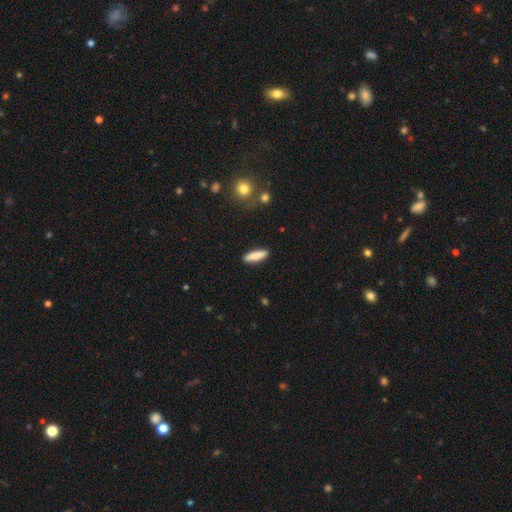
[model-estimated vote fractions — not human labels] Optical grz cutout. It shows a smooth galaxy with no disk features (84%) that is cigar-shaped (69%). Merging: none (89%).